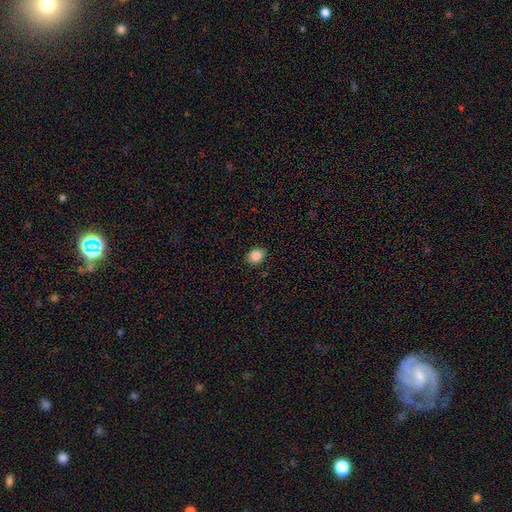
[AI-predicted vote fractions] Smooth or featured?
  - smooth: 88% *
  - star or artifact: 9%
  - featured or disk: 3%
How rounded?
  - in between: 65% *
  - round: 34%
  - cigar-shaped: 1%
Merging?
  - none: 89% *
  - minor disturbance: 8%
  - major disturbance: 2%
  - merger: 1%